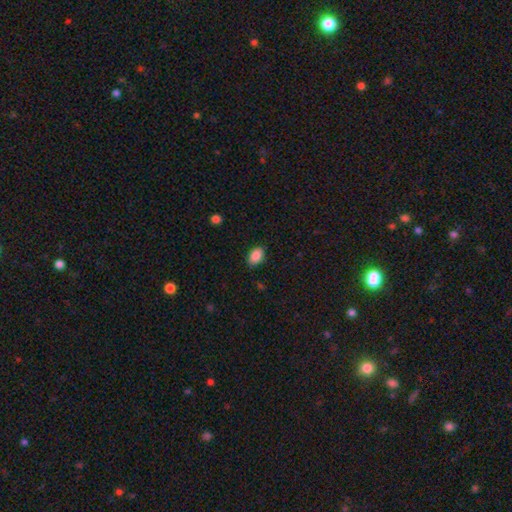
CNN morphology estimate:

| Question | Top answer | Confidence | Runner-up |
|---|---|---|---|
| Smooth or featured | smooth | 88% | star or artifact (8%) |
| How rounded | in between | 86% | round (12%) |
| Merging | none | 86% | minor disturbance (11%) |